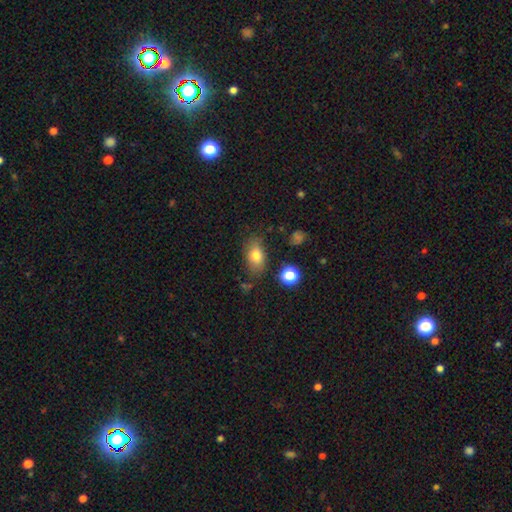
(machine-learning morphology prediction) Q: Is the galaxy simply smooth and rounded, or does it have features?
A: smooth — 76%.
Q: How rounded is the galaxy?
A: in between — 84%.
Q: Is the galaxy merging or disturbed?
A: none — 78%.